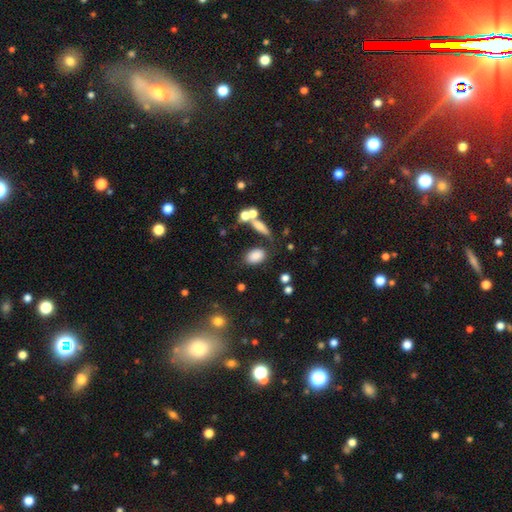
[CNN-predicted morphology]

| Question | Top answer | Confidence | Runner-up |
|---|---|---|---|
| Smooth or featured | smooth | 82% | star or artifact (11%) |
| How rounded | in between | 85% | round (12%) |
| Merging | none | 69% | minor disturbance (14%) |